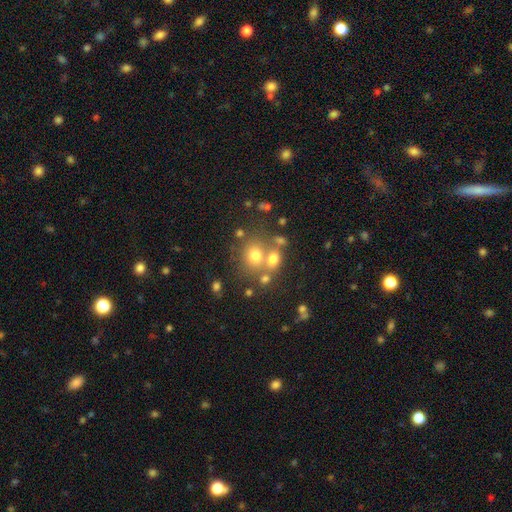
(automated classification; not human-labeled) Overall: smooth (64%). How rounded: round (74%). Merging: none (54%; merger 31%).